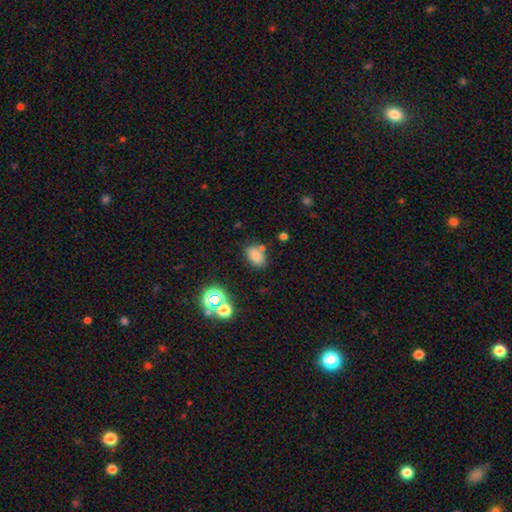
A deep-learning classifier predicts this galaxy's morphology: This is likely a smooth galaxy (77%). How rounded: clearly in between (82%). Merging: likely none (71%).